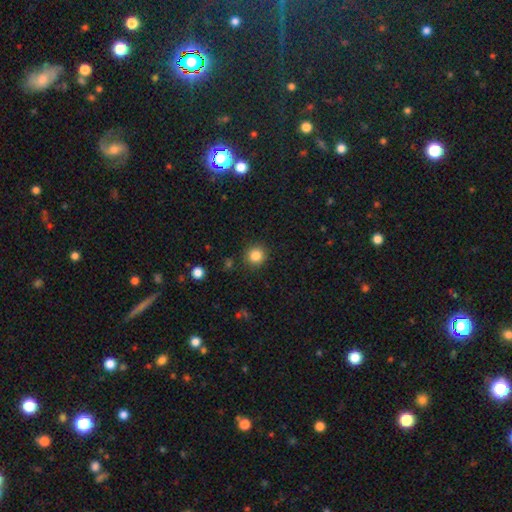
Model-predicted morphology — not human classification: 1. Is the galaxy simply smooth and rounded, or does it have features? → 84% smooth, 11% star or artifact, 5% featured or disk.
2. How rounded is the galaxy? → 93% round, 6% in between, 1% cigar-shaped.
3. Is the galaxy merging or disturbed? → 89% none, 7% minor disturbance, 2% major disturbance, 2% merger.